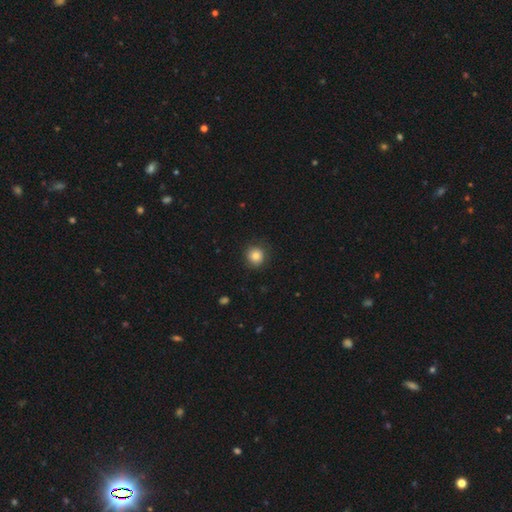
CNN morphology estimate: Smooth or featured? smooth (82%)
How rounded? round (91%)
Merging? none (85%)